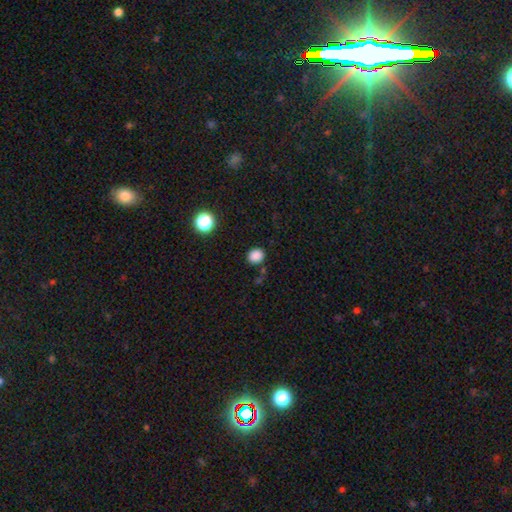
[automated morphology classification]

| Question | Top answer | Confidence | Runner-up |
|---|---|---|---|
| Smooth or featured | smooth | 85% | star or artifact (12%) |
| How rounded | round | 68% | in between (31%) |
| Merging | none | 82% | minor disturbance (10%) |